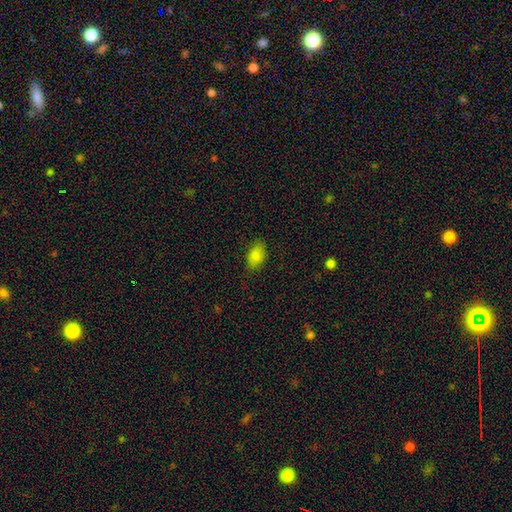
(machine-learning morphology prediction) Smooth or featured? smooth (85%)
How rounded? in between (89%)
Merging? none (78%)